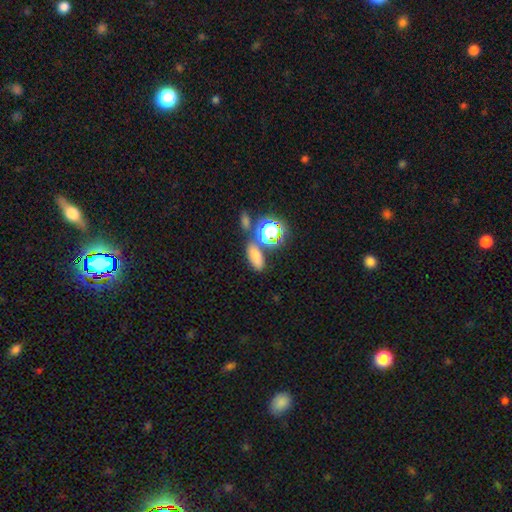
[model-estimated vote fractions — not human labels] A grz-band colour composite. It shows a smooth galaxy with no disk features (69%) that is in between round and cigar-shaped (76%). Merging: none (61%).